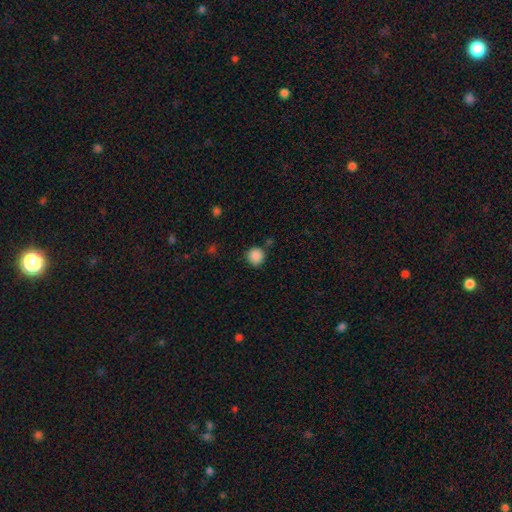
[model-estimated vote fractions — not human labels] smooth-or-featured: smooth: 88% | star or artifact: 10% | featured or disk: 3%
  how-rounded: round: 93% | in between: 6% | cigar-shaped: 1%
  merging: none: 83% | minor disturbance: 10% | merger: 4% | major disturbance: 3%